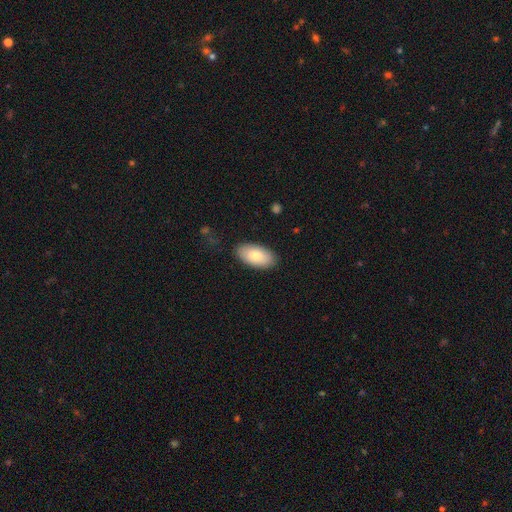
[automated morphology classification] Q: Smooth or featured?
A: smooth (79%); runner-up: featured or disk (15%)
Q: How rounded?
A: in between (95%); runner-up: round (3%)
Q: Merging?
A: none (87%); runner-up: minor disturbance (10%)